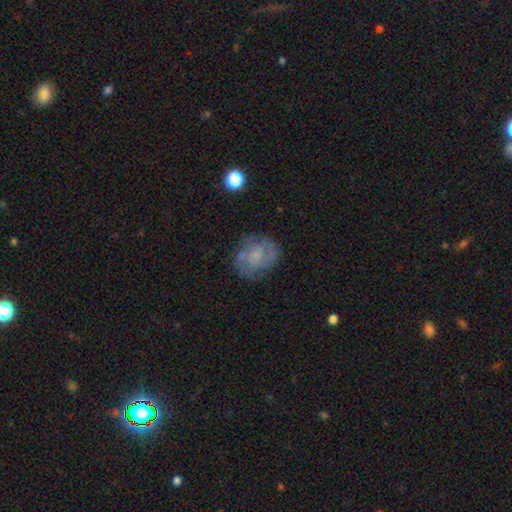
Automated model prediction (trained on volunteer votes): Q: Smooth or featured?
A: featured or disk (56%); runner-up: smooth (35%)
Q: Edge-on disk?
A: no (98%); runner-up: yes (2%)
Q: Bar?
A: no (75%); runner-up: weak (22%)
Q: Spiral arms?
A: yes (66%); runner-up: no (34%)
Q: Bulge size?
A: small (44%); runner-up: none (31%)
Q: Merging?
A: none (67%); runner-up: minor disturbance (20%)